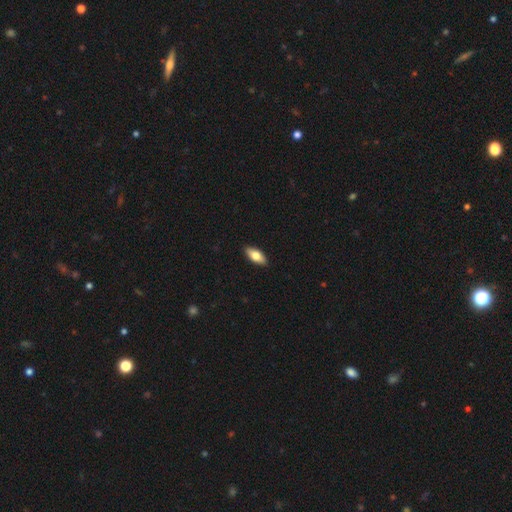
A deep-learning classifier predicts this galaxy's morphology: This appears to be a smooth galaxy with no disk features (73%) that is in between round and cigar-shaped (83%). Merging: none (91%).